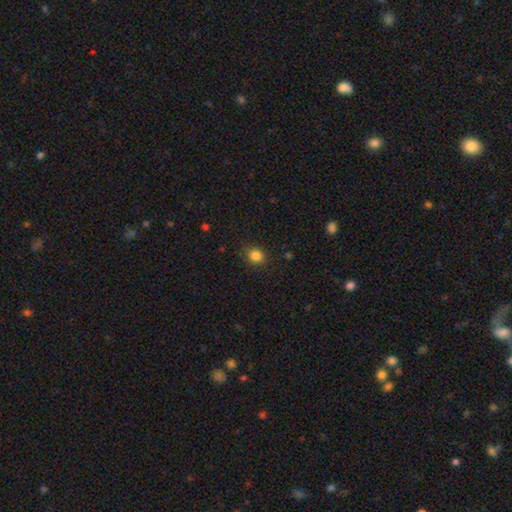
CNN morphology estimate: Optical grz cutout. It shows a smooth galaxy with no disk features (84%) that is round (75%). Merging: none (86%).